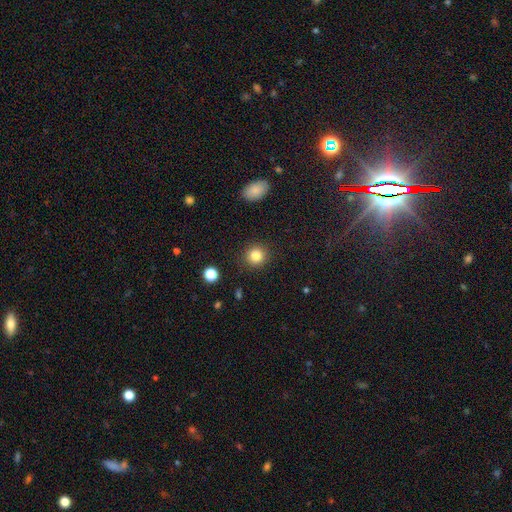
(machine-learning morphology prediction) type=smooth (84%); roundness=round (90%); merging=none (90%).